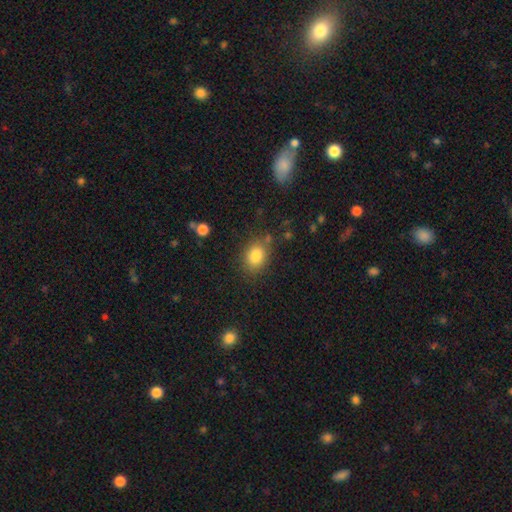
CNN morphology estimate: This appears to be a smooth galaxy with no disk features (83%) that is in between round and cigar-shaped (57%). Merging: none (79%).